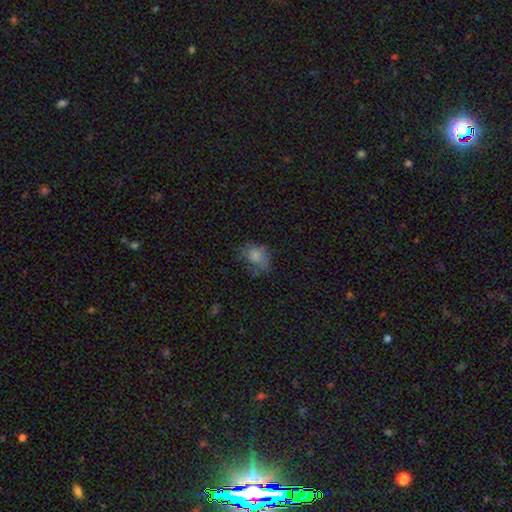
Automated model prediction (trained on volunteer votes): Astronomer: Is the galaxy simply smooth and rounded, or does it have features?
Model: smooth — 65%.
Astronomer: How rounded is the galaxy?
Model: in between — 55% (runner-up: round, 44%).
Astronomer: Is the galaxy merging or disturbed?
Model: none — 53%.